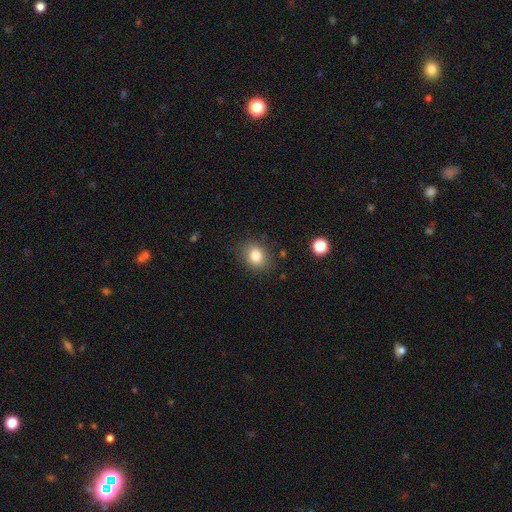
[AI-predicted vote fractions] smooth_or_featured: smooth (p=0.82) [alt: star or artifact p=0.11]
how_rounded: round (p=0.62) [alt: in between p=0.38]
merging: none (p=0.84) [alt: minor disturbance p=0.11]